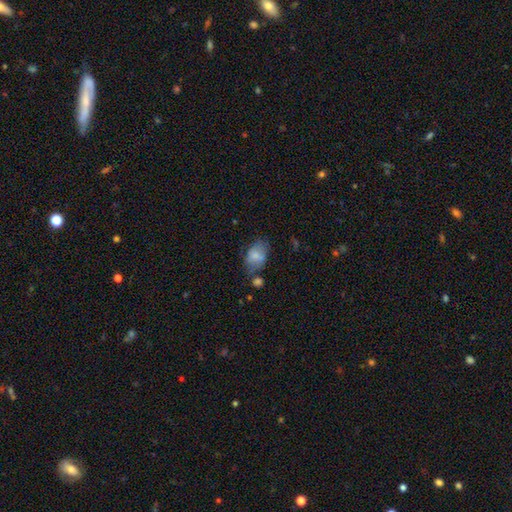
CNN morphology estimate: smooth-or-featured: smooth: 74% | featured or disk: 17% | star or artifact: 8%
  how-rounded: in between: 84% | round: 14% | cigar-shaped: 1%
  merging: none: 51% | minor disturbance: 26% | merger: 12% | major disturbance: 10%